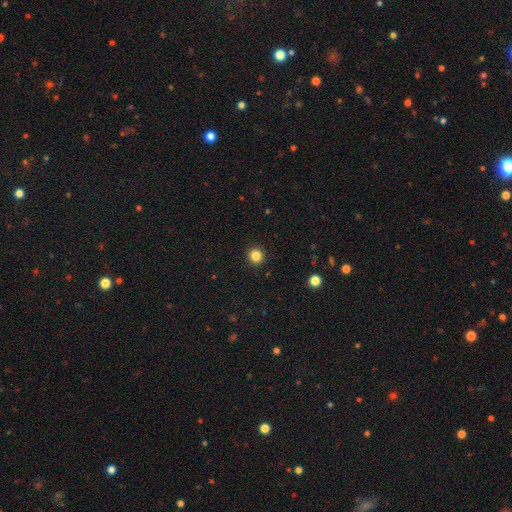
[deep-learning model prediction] smooth_or_featured: smooth (p=0.84) [alt: star or artifact p=0.12]
how_rounded: round (p=0.94) [alt: in between p=0.05]
merging: none (p=0.93) [alt: minor disturbance p=0.05]